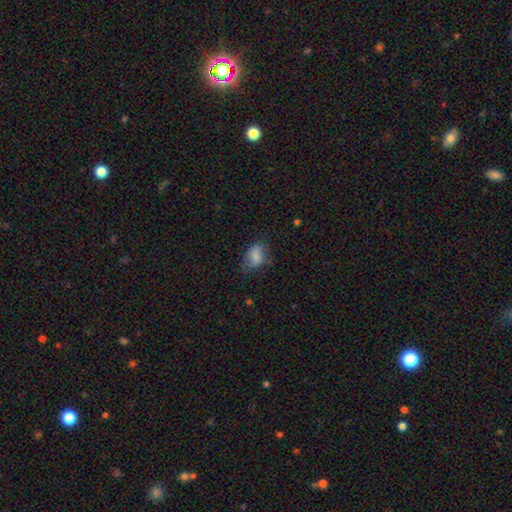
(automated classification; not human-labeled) A smooth galaxy with no disk features (79%) that is in between round and cigar-shaped (85%). Merging: none (54%).